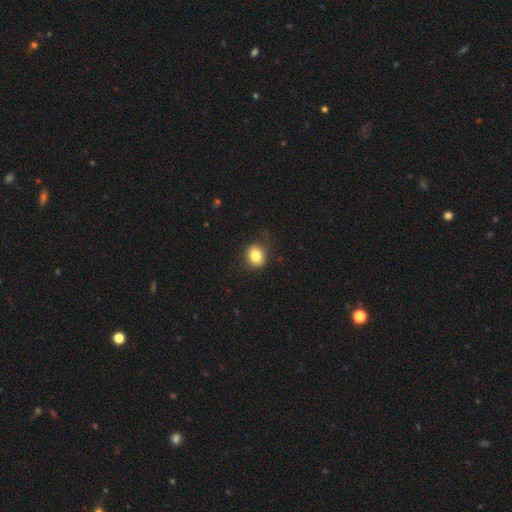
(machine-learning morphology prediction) type=smooth (82%); roundness=round (67%); merging=none (81%).